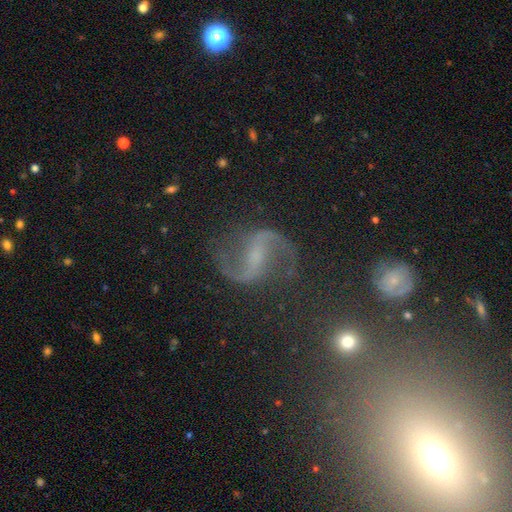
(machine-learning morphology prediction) This is clearly a featured or disk galaxy (89%). It is clearly not viewed edge-on (98%). Bar: marginally weak (43%). Spiral arm pattern: clearly yes (97%). Spiral arm count: clearly 2 (94%). Spiral winding: possibly loose (58%). Central bulge: possibly small (51%). Merging: likely none (80%).